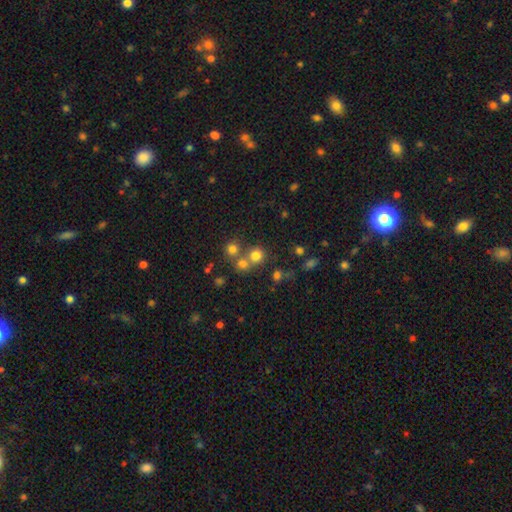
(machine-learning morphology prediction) smooth-or-featured: smooth: 73% | star or artifact: 18% | featured or disk: 9%
  how-rounded: round: 87% | in between: 12% | cigar-shaped: 1%
  merging: none: 57% | merger: 32% | minor disturbance: 7% | major disturbance: 4%